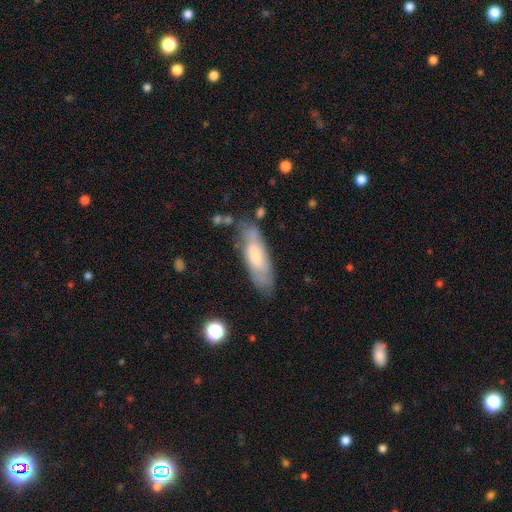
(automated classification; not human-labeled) Smooth or featured? Predicted: smooth (p=0.58). How rounded? Predicted: in between (p=0.54). Merging? Predicted: none (p=0.67).